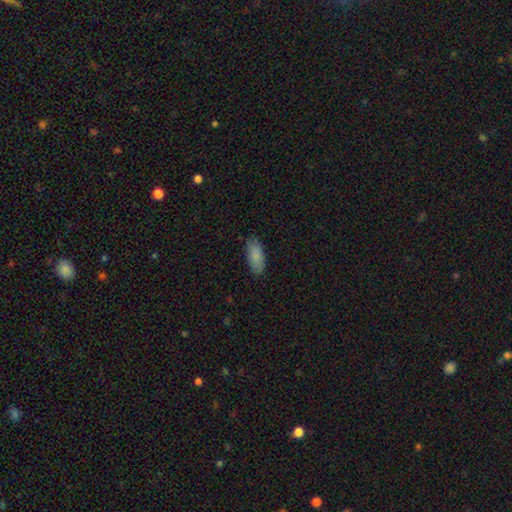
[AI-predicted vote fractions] The model was most divided on "how rounded": in between: 82%, cigar-shaped: 16%, round: 2%. More confident: smooth or featured — smooth (87%); merging — none (84%).